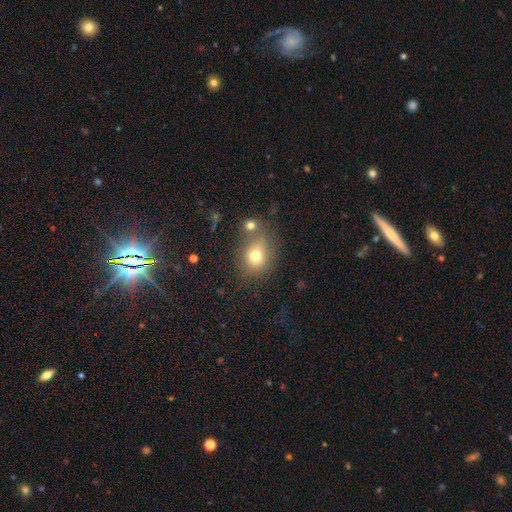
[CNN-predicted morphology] Smooth or featured? smooth (72%)
How rounded? round (63%)
Merging? none (56%)